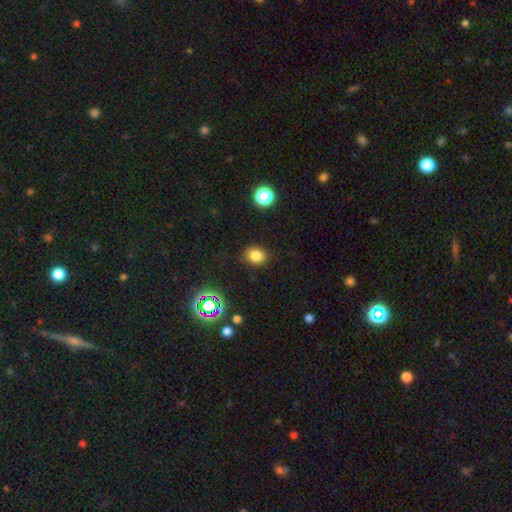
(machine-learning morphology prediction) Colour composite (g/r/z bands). It shows a smooth galaxy with no disk features (81%) that is round (52%). Merging: none (87%).